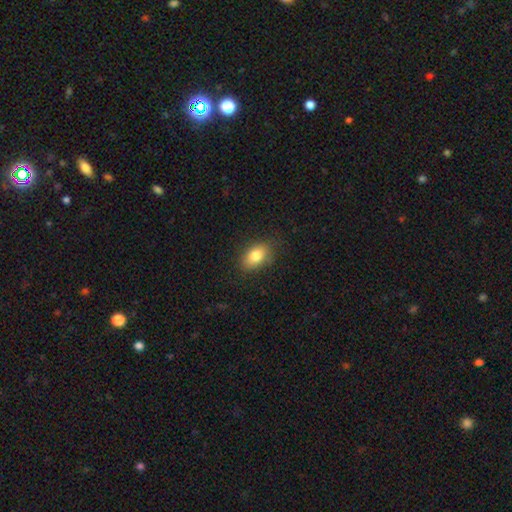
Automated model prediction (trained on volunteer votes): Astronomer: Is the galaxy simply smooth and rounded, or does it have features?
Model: smooth — 81%.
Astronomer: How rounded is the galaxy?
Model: in between — 84%.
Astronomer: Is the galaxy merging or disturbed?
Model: none — 81%.